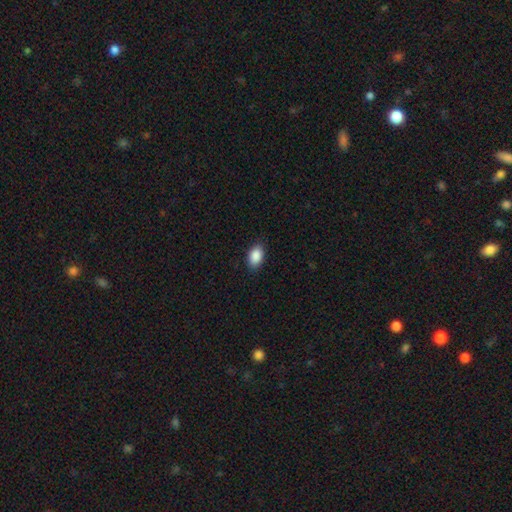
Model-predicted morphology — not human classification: Smooth or featured?
  - smooth: 89% *
  - star or artifact: 7%
  - featured or disk: 4%
How rounded?
  - in between: 89% *
  - round: 9%
  - cigar-shaped: 1%
Merging?
  - none: 86% *
  - minor disturbance: 11%
  - major disturbance: 2%
  - merger: 1%